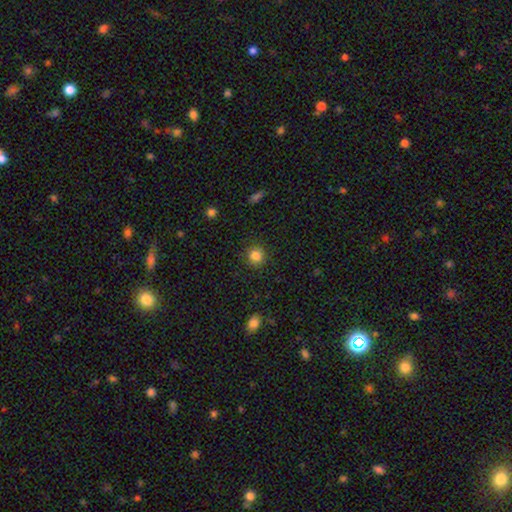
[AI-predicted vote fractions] Smooth or featured? smooth (84%)
How rounded? round (92%)
Merging? none (90%)